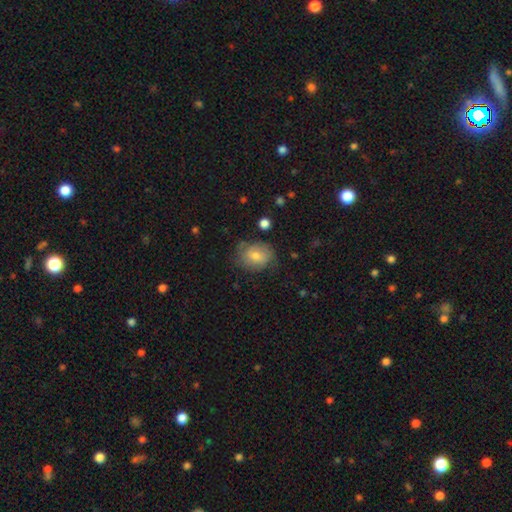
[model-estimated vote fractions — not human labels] The model was most divided on "how rounded": in between: 51%, round: 48%, cigar-shaped: 1%. More confident: merging — none (67%); smooth or featured — smooth (62%).